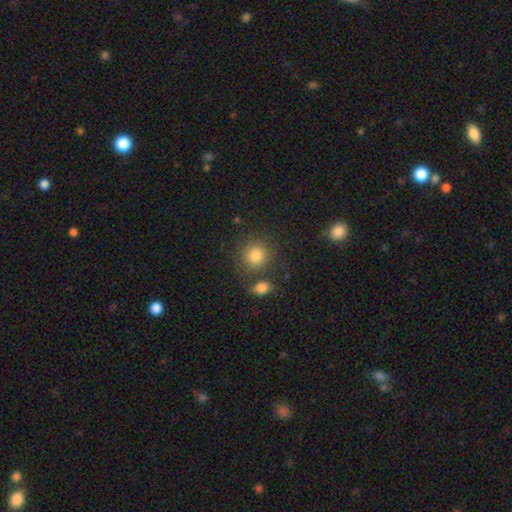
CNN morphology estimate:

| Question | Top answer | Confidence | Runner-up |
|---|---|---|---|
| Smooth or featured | smooth | 83% | star or artifact (11%) |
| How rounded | round | 88% | in between (11%) |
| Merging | none | 76% | merger (11%) |